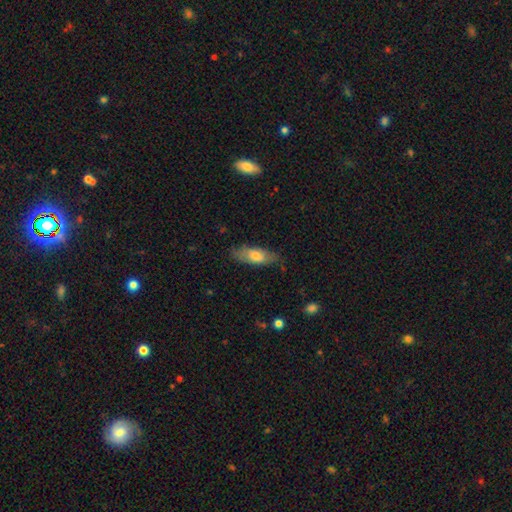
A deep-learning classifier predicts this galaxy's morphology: smooth-or-featured: smooth: 71% | featured or disk: 23% | star or artifact: 6%
  how-rounded: in between: 69% | cigar-shaped: 29% | round: 3%
  merging: none: 76% | minor disturbance: 18% | major disturbance: 5% | merger: 1%